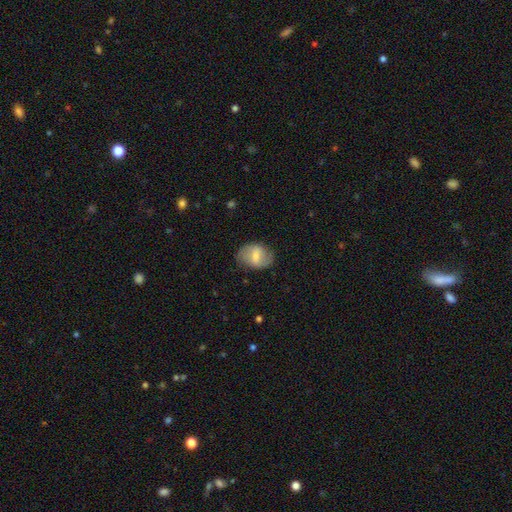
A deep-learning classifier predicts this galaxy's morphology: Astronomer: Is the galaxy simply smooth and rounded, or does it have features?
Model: featured or disk — 47% (runner-up: smooth, 46%).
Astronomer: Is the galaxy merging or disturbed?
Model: none — 75%.